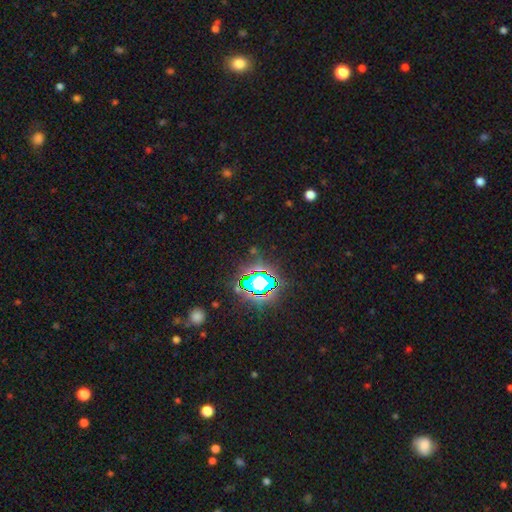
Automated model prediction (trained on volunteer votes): smooth_or_featured: star or artifact (p=0.78) [alt: smooth p=0.13]